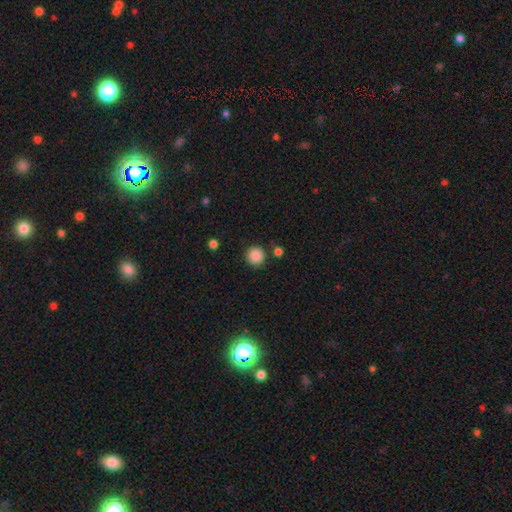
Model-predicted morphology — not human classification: smooth-or-featured: smooth: 87% | star or artifact: 9% | featured or disk: 3%
  how-rounded: round: 95% | in between: 4% | cigar-shaped: 1%
  merging: none: 87% | minor disturbance: 7% | merger: 4% | major disturbance: 2%